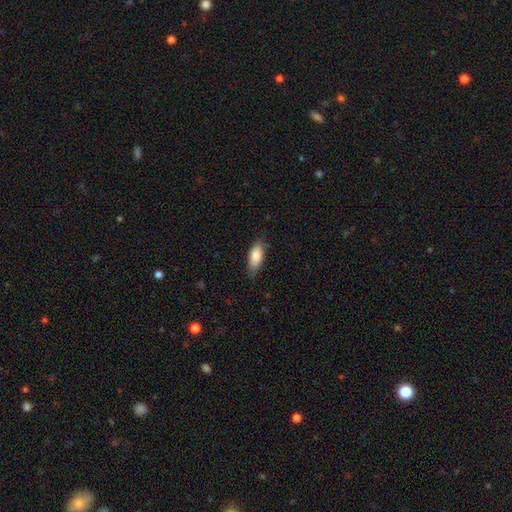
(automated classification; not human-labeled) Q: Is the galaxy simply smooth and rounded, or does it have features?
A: smooth — 83%.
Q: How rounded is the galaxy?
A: in between — 80%.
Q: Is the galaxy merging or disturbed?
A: none — 79%.